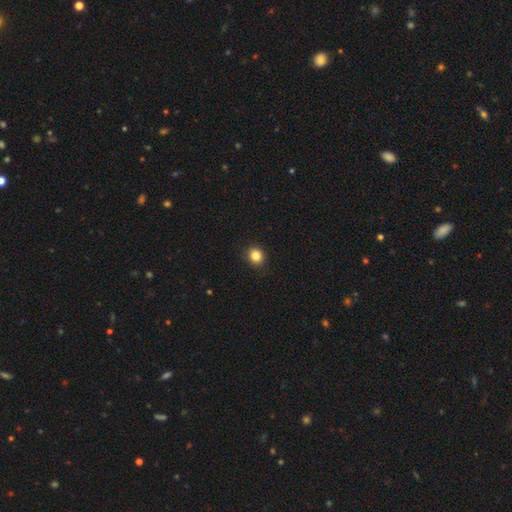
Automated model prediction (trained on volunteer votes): smooth_or_featured: smooth (p=0.84) [alt: star or artifact p=0.11]
how_rounded: round (p=0.83) [alt: in between p=0.16]
merging: none (p=0.91) [alt: minor disturbance p=0.06]